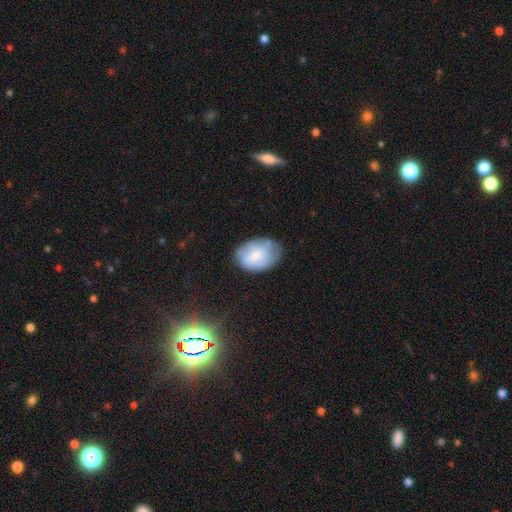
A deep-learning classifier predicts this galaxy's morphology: Smooth or featured? smooth (67%)
How rounded? in between (81%)
Merging? none (60%)